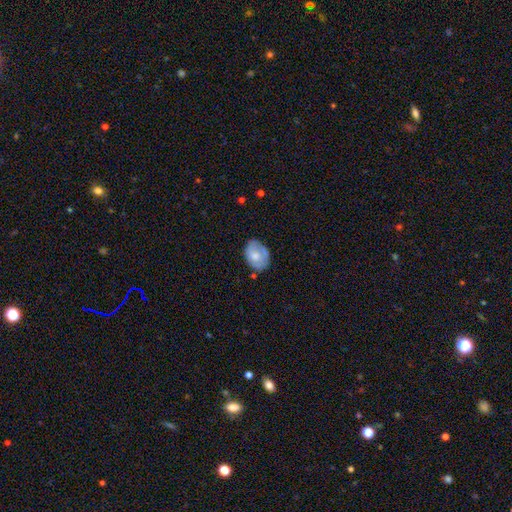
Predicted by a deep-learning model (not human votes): A smooth galaxy with no disk features (65%) that is in between round and cigar-shaped (70%). Merging: none (61%).